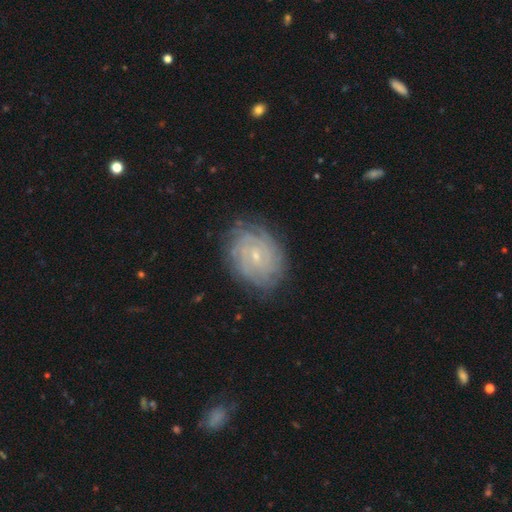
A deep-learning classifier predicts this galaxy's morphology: Smooth or featured: featured or disk — 83% (smooth — 10%)
Edge-on disk: no — 97% (yes — 3%)
Bar: no — 50% (weak — 41%)
Spiral arms: yes — 97% (no — 3%)
Spiral winding: tight — 82% (medium — 15%)
Spiral arm count: can't tell — 34% (4 — 18%)
Bulge size: small — 80% (moderate — 15%)
Merging: none — 82% (minor disturbance — 13%)